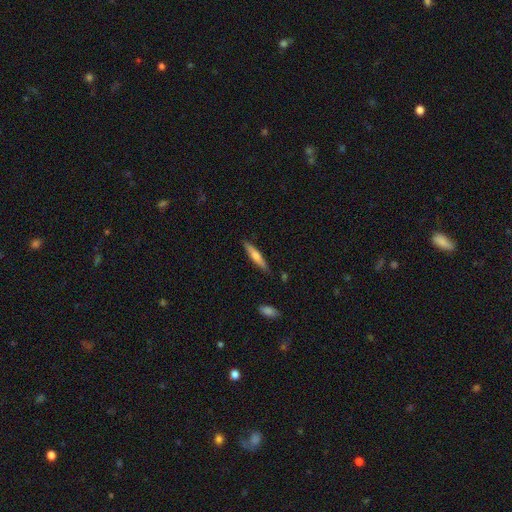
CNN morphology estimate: Q: Smooth or featured?
A: smooth (58%); runner-up: featured or disk (36%)
Q: How rounded?
A: cigar-shaped (88%); runner-up: in between (11%)
Q: Merging?
A: none (87%); runner-up: minor disturbance (9%)